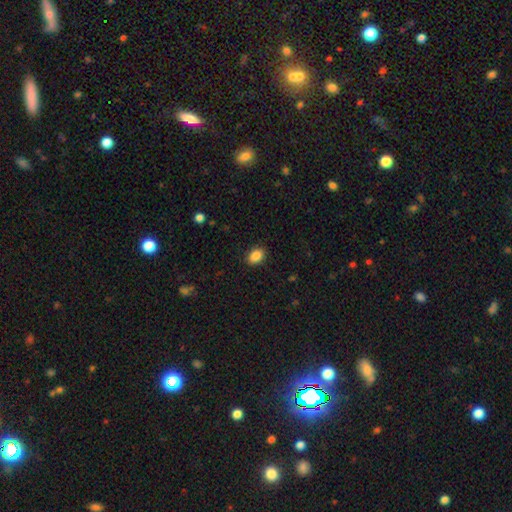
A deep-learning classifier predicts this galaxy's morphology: smooth 88%, star or artifact 8%, featured or disk 4%. Down the decision tree: how rounded — in between (78%); merging — none (89%).